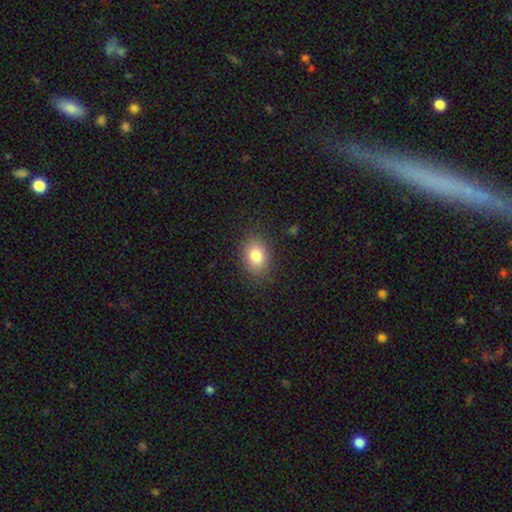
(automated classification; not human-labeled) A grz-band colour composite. It shows a smooth galaxy with no disk features (81%) that is in between round and cigar-shaped (69%). Merging: none (85%).